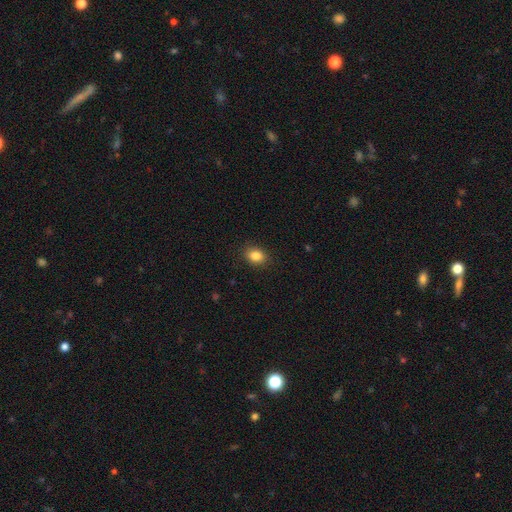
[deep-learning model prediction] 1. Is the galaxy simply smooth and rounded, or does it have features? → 86% smooth, 9% star or artifact, 5% featured or disk.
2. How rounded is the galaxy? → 64% in between, 35% round, 1% cigar-shaped.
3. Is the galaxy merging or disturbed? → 88% none, 8% minor disturbance, 2% major disturbance, 1% merger.